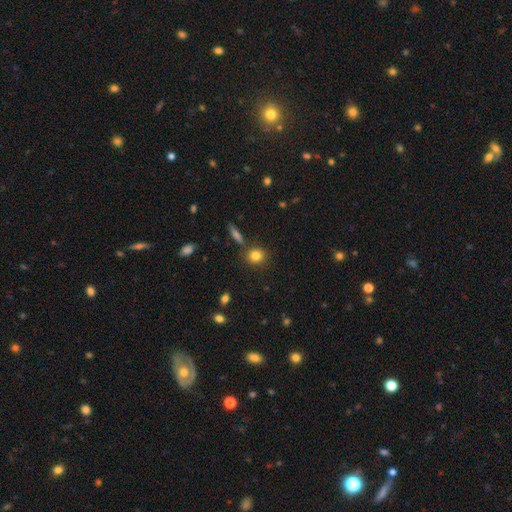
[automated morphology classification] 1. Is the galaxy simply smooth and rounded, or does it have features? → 82% smooth, 10% star or artifact, 8% featured or disk.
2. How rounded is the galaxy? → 82% round, 16% in between, 2% cigar-shaped.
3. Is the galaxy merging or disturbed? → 82% none, 9% minor disturbance, 7% merger, 3% major disturbance.